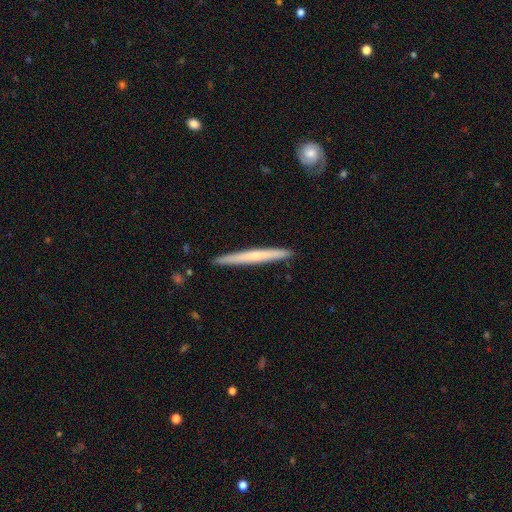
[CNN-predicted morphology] A featured or disk galaxy (50%).

Vote fractions:
- Smooth or featured? featured or disk: 50% / smooth: 45% / star or artifact: 5%
- Merging? none: 92% / minor disturbance: 6% / major disturbance: 1% / merger: 1%